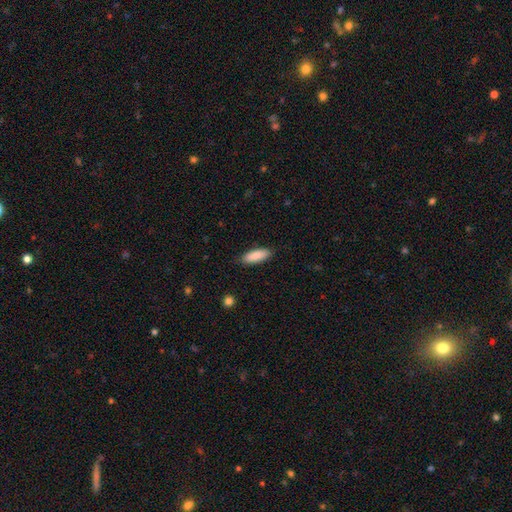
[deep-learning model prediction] Q: Smooth or featured?
A: smooth (87%); runner-up: featured or disk (8%)
Q: How rounded?
A: in between (67%); runner-up: cigar-shaped (32%)
Q: Merging?
A: none (86%); runner-up: minor disturbance (11%)